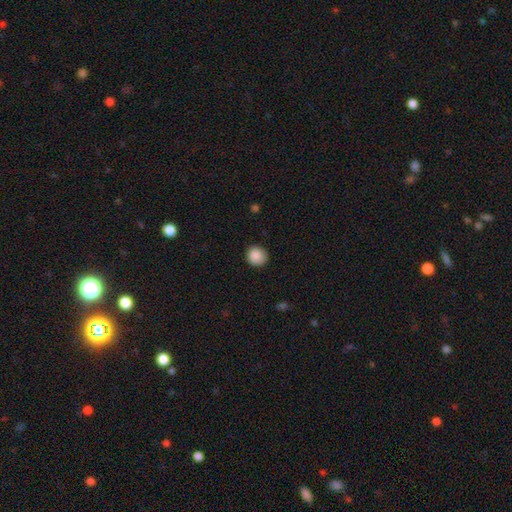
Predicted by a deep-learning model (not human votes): Overall: smooth (88%). How rounded: round (90%). Merging: none (87%).